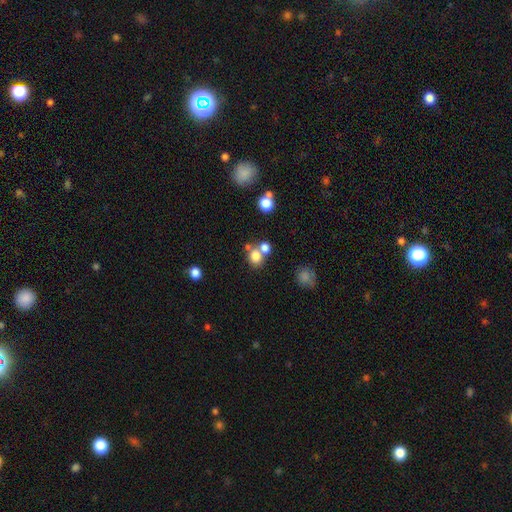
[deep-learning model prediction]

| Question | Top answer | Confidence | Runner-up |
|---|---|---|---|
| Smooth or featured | smooth | 77% | star or artifact (13%) |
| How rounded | round | 70% | in between (29%) |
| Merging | none | 48% | merger (40%) |